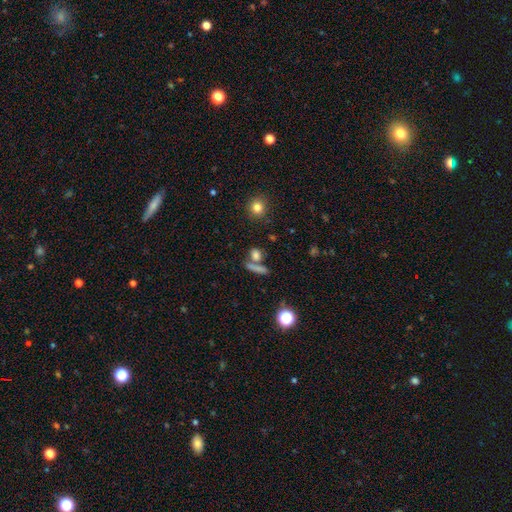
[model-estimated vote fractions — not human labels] smooth_or_featured: smooth (p=0.76) [alt: star or artifact p=0.13]
how_rounded: round (p=0.42) [alt: in between p=0.34]
merging: none (p=0.55) [alt: merger p=0.32]